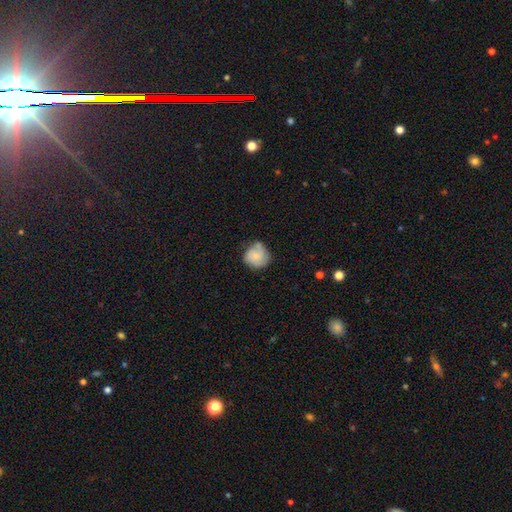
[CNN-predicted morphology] This is likely a smooth galaxy (62%). How rounded: clearly round (83%). Merging: possibly none (53%).